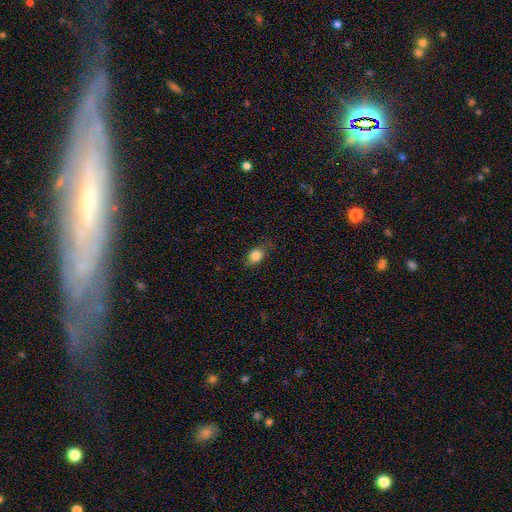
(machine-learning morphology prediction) Smooth or featured?
  - smooth: 84% *
  - star or artifact: 9%
  - featured or disk: 7%
How rounded?
  - in between: 68% *
  - round: 30%
  - cigar-shaped: 2%
Merging?
  - none: 75% *
  - minor disturbance: 18%
  - major disturbance: 5%
  - merger: 1%